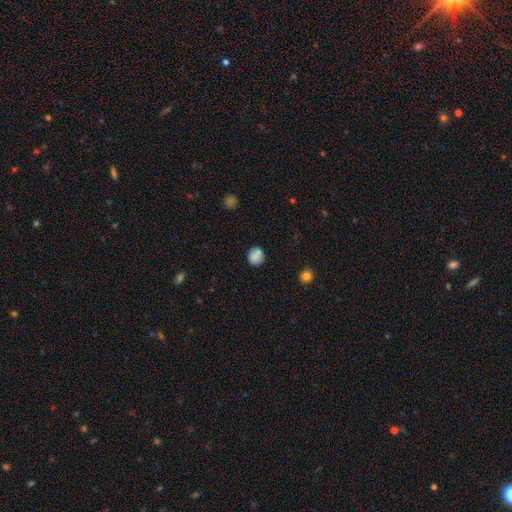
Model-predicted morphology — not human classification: Q: Smooth or featured?
A: smooth (84%); runner-up: star or artifact (9%)
Q: How rounded?
A: round (86%); runner-up: in between (13%)
Q: Merging?
A: none (80%); runner-up: minor disturbance (14%)